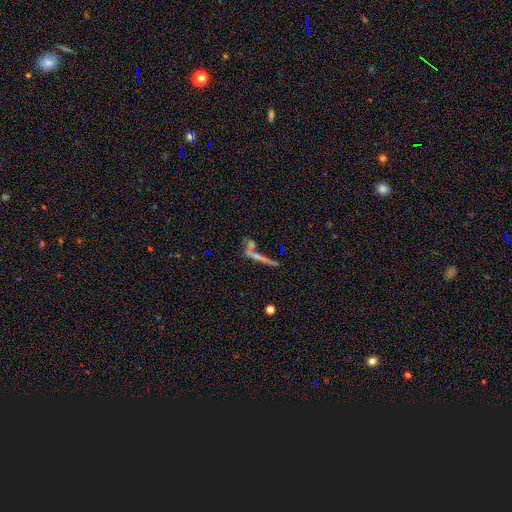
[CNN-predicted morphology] Smooth or featured: featured or disk — 52% (smooth — 32%)
Edge-on disk: yes — 78% (no — 22%)
Merging: none — 46% (merger — 34%)